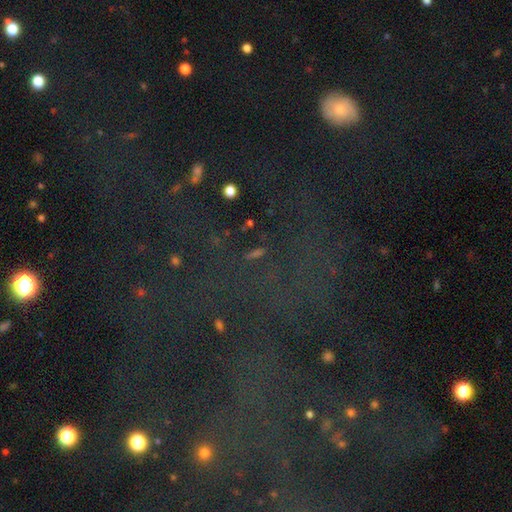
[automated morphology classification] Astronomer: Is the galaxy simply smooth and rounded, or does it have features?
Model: star or artifact — 68%.